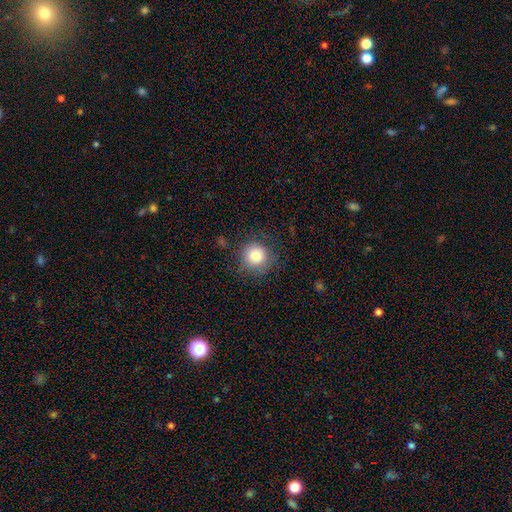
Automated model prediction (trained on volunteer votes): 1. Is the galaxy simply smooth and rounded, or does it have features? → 83% smooth, 9% star or artifact, 7% featured or disk.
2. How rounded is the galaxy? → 93% round, 6% in between, 1% cigar-shaped.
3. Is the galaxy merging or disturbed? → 78% none, 14% minor disturbance, 6% major disturbance, 2% merger.